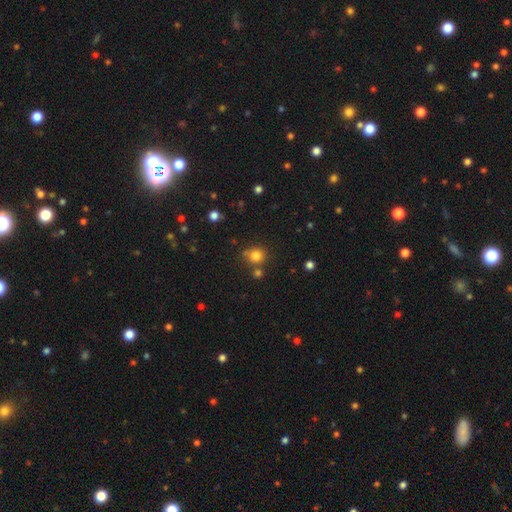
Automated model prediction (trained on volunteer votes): smooth_or_featured: smooth (p=0.80) [alt: star or artifact p=0.14]
how_rounded: round (p=0.88) [alt: in between p=0.11]
merging: none (p=0.71) [alt: merger p=0.14]